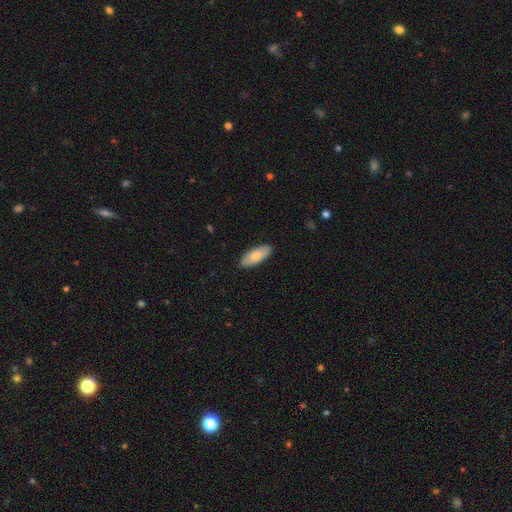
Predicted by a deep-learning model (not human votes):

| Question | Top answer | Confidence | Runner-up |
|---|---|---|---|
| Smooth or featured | smooth | 74% | featured or disk (20%) |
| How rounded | in between | 80% | cigar-shaped (17%) |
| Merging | none | 89% | minor disturbance (8%) |